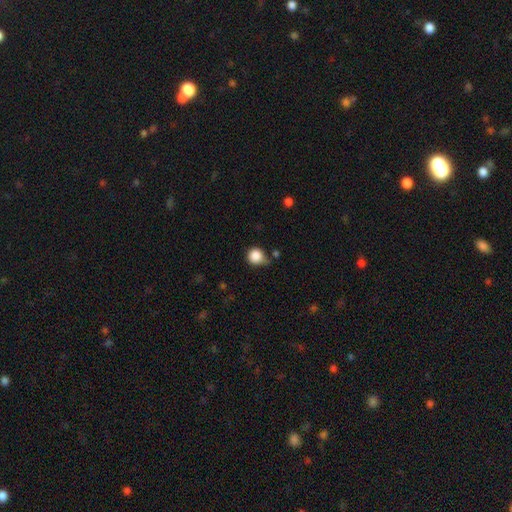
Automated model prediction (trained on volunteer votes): A smooth galaxy with no disk features (86%) that is round (92%).

Vote fractions:
- Smooth or featured? smooth: 86% / star or artifact: 10% / featured or disk: 4%
- How rounded? round: 92% / in between: 7% / cigar-shaped: 1%
- Merging? none: 62% / minor disturbance: 26% / major disturbance: 6% / merger: 6%